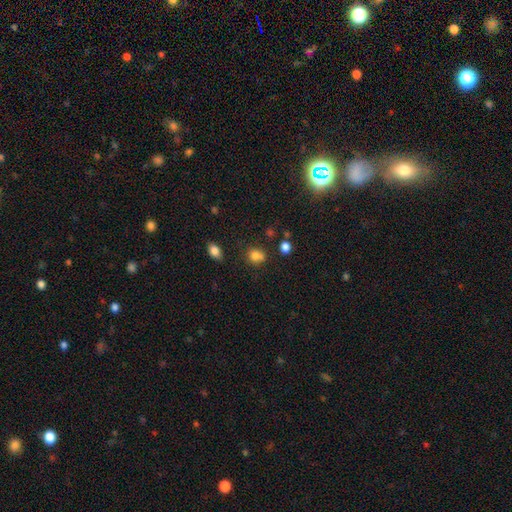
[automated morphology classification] A smooth galaxy with no disk features (81%) that is round (61%). Merging: none (62%).